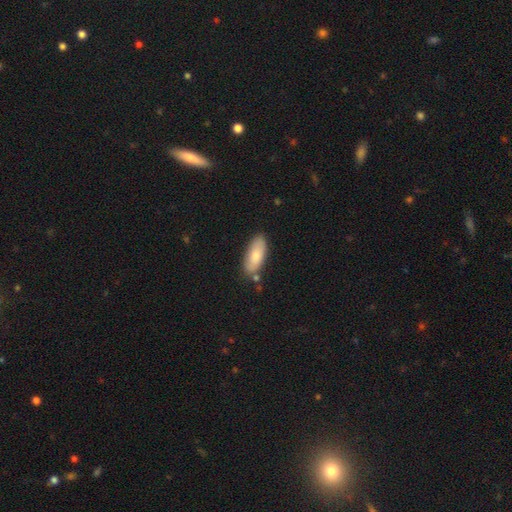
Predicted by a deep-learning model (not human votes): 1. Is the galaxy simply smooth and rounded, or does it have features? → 79% smooth, 15% featured or disk, 6% star or artifact.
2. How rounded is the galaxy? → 80% in between, 18% cigar-shaped, 2% round.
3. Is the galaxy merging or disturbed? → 78% none, 14% minor disturbance, 5% merger, 3% major disturbance.